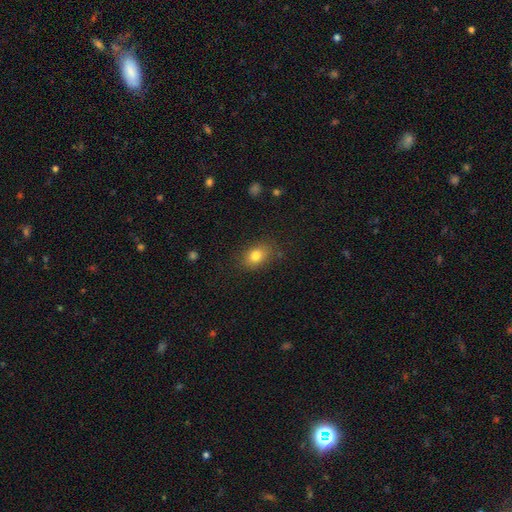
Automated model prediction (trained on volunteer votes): Smooth or featured: smooth — 81% (star or artifact — 10%)
How rounded: in between — 73% (round — 26%)
Merging: none — 81% (minor disturbance — 14%)